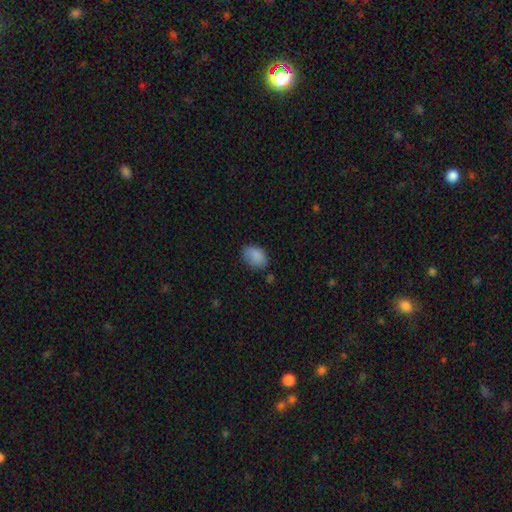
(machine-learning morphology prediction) This is clearly a smooth galaxy (86%). How rounded: clearly in between (84%). Merging: likely none (68%).